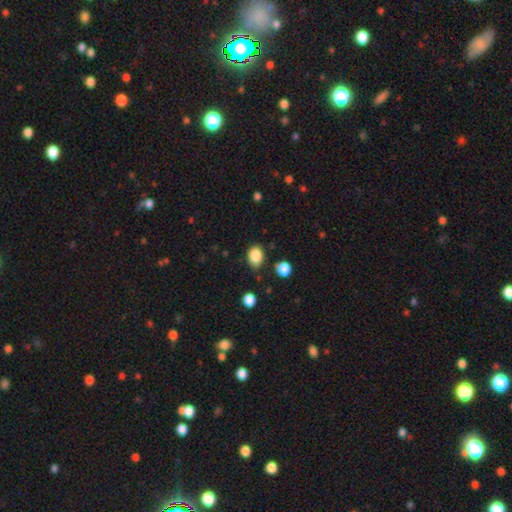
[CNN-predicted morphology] This is clearly a smooth galaxy (87%). How rounded: likely in between (69%). Merging: likely none (78%).